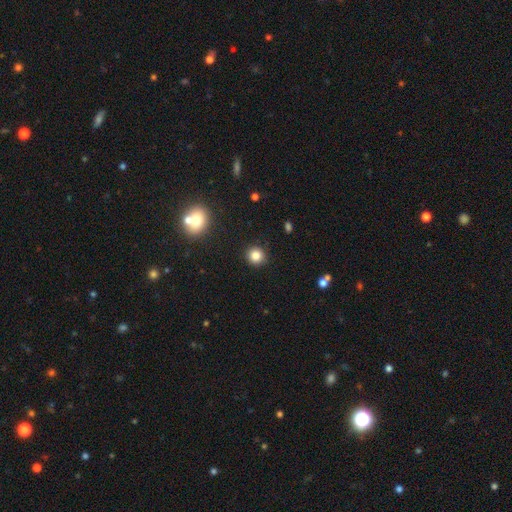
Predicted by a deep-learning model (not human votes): This appears to be a smooth galaxy with no disk features (83%) that is round (93%). Merging: none (91%).